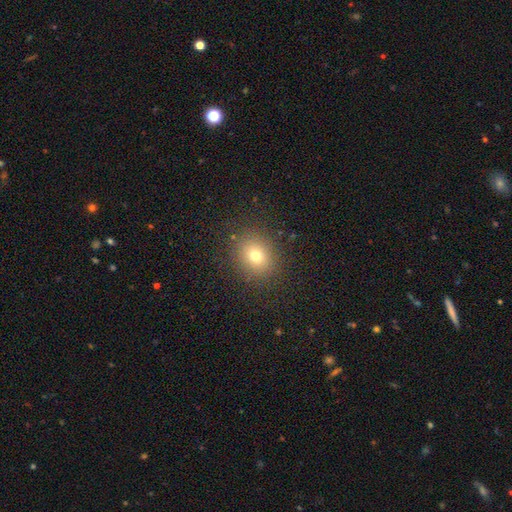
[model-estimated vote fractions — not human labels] Smooth or featured?
  - smooth: 73% *
  - star or artifact: 16%
  - featured or disk: 11%
How rounded?
  - round: 72% *
  - in between: 27%
  - cigar-shaped: 1%
Merging?
  - none: 87% *
  - minor disturbance: 8%
  - major disturbance: 4%
  - merger: 1%